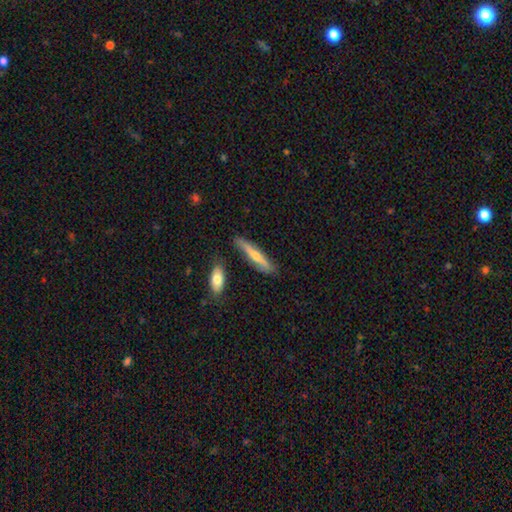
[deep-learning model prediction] Smooth or featured: featured or disk — 51% (smooth — 42%)
Edge-on disk: yes — 89% (no — 11%)
Merging: none — 81% (minor disturbance — 13%)